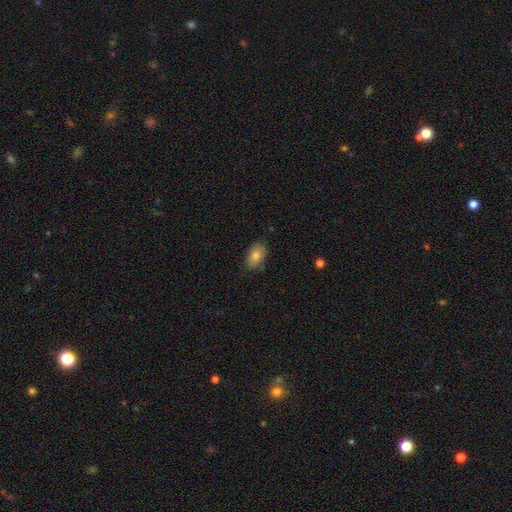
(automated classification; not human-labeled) smooth_or_featured: smooth (p=0.80) [alt: featured or disk p=0.13]
how_rounded: in between (p=0.89) [alt: round p=0.10]
merging: none (p=0.79) [alt: minor disturbance p=0.17]